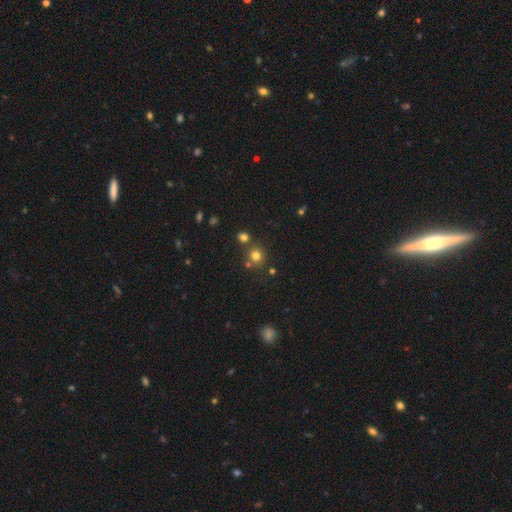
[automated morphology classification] A smooth galaxy with no disk features (73%) that is round (90%). Merging: none (73%).